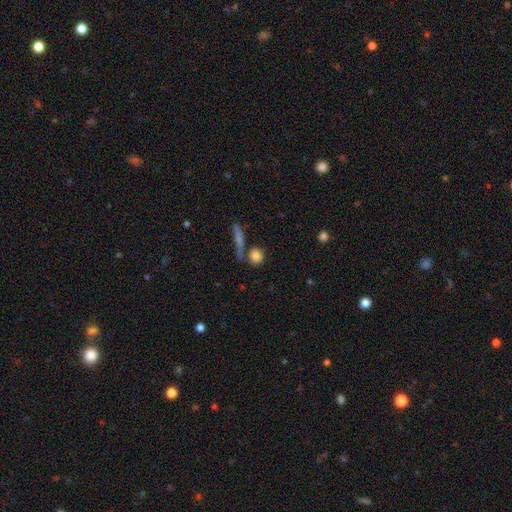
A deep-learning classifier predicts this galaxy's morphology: This is clearly a smooth galaxy (81%). How rounded: likely round (79%). Merging: likely none (70%).